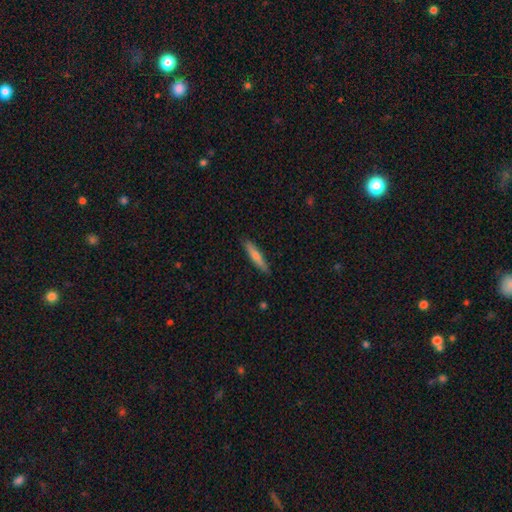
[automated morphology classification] Q: Smooth or featured?
A: smooth (56%); runner-up: featured or disk (37%)
Q: How rounded?
A: cigar-shaped (90%); runner-up: in between (8%)
Q: Merging?
A: none (89%); runner-up: minor disturbance (8%)